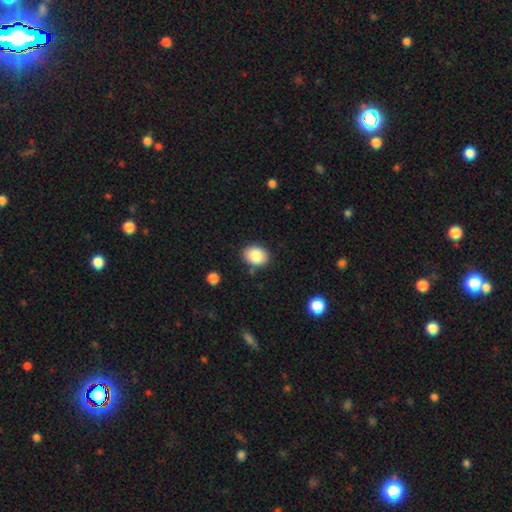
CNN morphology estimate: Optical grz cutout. It shows a smooth galaxy with no disk features (87%) that is in between round and cigar-shaped (56%). Merging: none (83%).